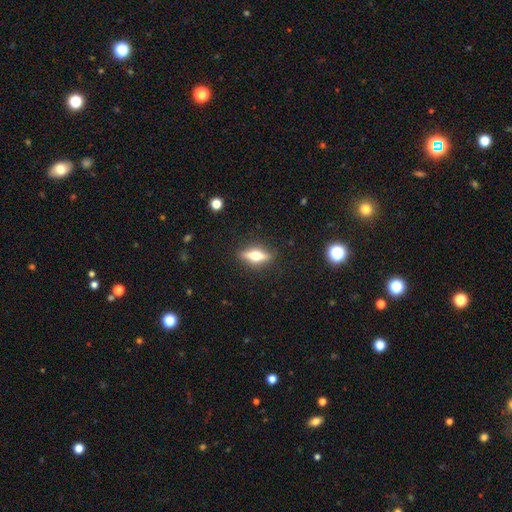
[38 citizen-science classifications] Smooth or featured: featured or disk — 71% (smooth — 29%)
Edge-on disk: yes — 93% (no — 7%)
Edge-on bulge: rounded — 100%
Merging: none — 95% (minor disturbance — 5%)